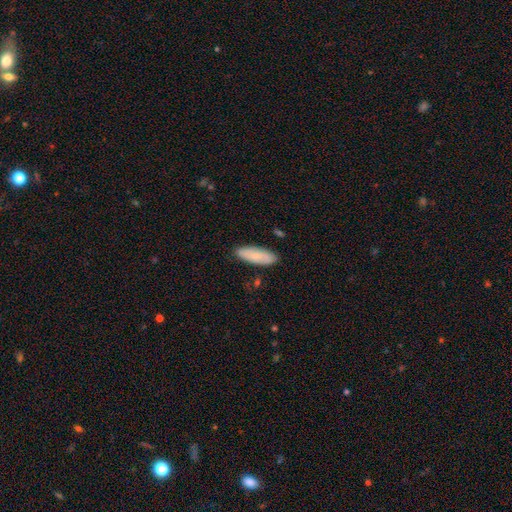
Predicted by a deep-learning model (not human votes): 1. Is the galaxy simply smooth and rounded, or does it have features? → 82% smooth, 12% featured or disk, 6% star or artifact.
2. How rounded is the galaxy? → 62% in between, 36% cigar-shaped, 2% round.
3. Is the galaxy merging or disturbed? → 86% none, 10% minor disturbance, 2% major disturbance, 2% merger.